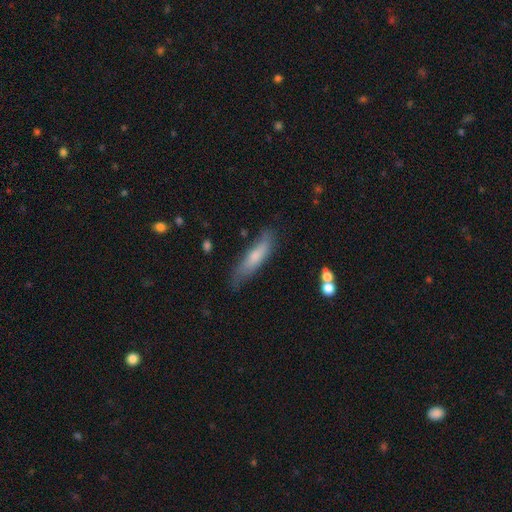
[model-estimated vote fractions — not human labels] This is likely a smooth galaxy (68%). How rounded: likely cigar-shaped (73%). Merging: likely none (67%).